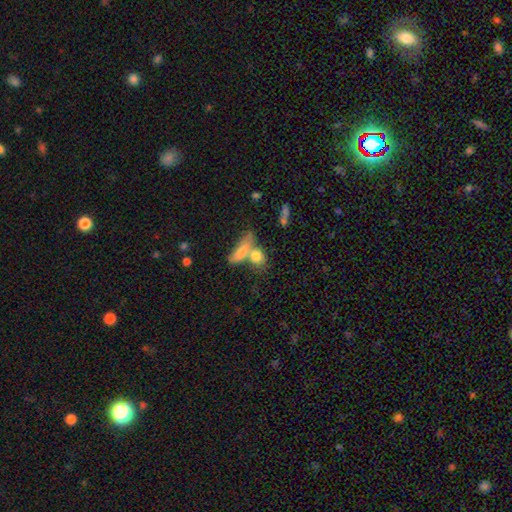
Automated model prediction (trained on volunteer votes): This appears to be a smooth galaxy with no disk features (76%) that is in between round and cigar-shaped (54%). Merging: merger (52%).